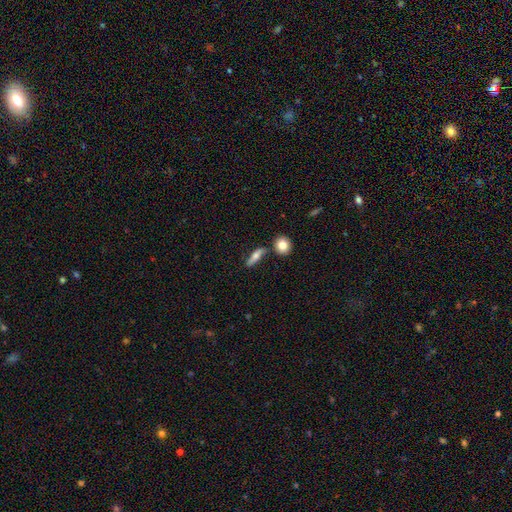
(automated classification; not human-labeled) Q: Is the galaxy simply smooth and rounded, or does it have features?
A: smooth — 58%.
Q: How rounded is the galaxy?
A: cigar-shaped — 56%.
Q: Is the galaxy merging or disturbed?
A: none — 73%.